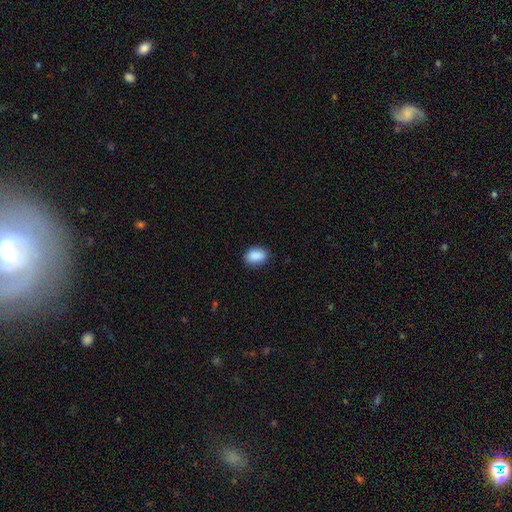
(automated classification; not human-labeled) Morphology: type=smooth (89%); roundness=in between (79%); merging=none (83%).